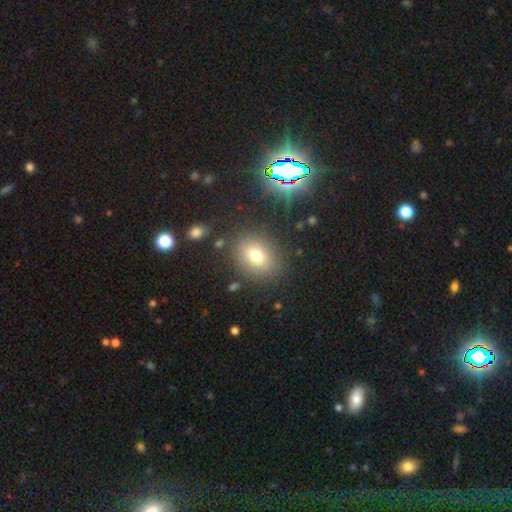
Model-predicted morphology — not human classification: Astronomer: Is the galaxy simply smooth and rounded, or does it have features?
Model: smooth — 74%.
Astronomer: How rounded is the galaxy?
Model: in between — 53% (runner-up: round, 46%).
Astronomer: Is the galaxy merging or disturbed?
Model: none — 83%.